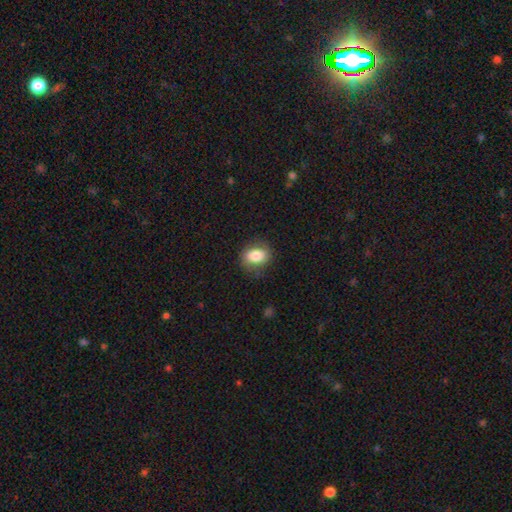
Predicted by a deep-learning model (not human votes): Smooth or featured? Predicted: smooth (p=0.82). How rounded? Predicted: in between (p=0.63). Merging? Predicted: none (p=0.79).